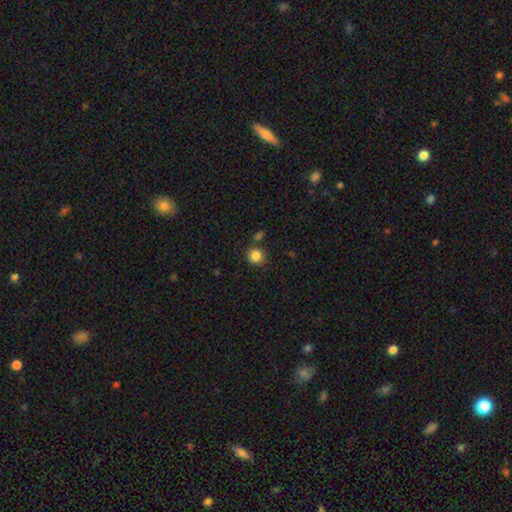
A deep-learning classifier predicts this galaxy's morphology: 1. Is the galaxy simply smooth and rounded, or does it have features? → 85% smooth, 11% star or artifact, 5% featured or disk.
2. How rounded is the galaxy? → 83% round, 16% in between, 1% cigar-shaped.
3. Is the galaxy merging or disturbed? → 80% none, 10% minor disturbance, 7% merger, 3% major disturbance.